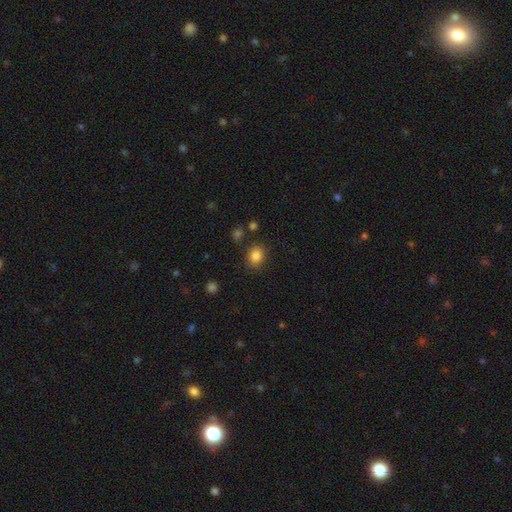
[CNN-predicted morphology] type=smooth (85%); roundness=round (62%); merging=none (82%).